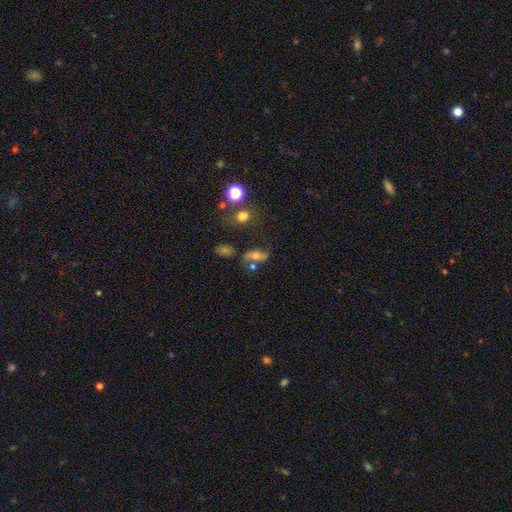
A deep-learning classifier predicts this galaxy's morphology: Smooth or featured? smooth (55%)
How rounded? in between (70%)
Merging? none (48%)